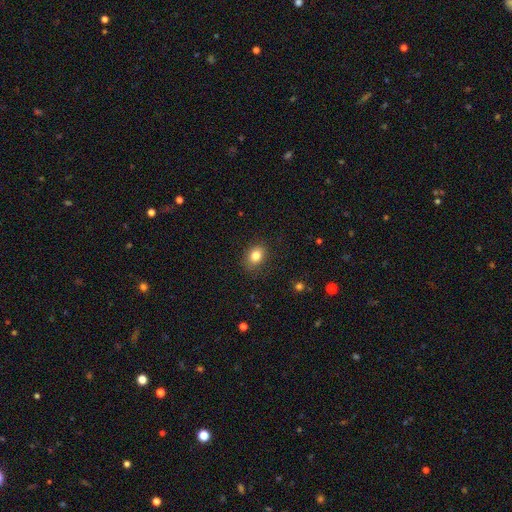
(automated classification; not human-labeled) This is clearly a smooth galaxy (82%). How rounded: likely in between (65%). Merging: clearly none (84%).